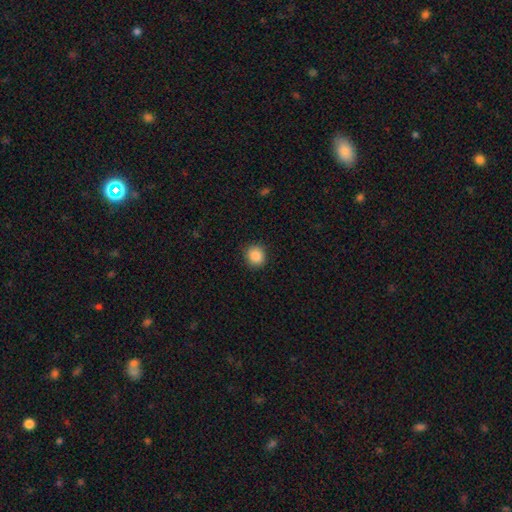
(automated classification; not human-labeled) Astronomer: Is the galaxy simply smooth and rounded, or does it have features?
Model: smooth — 88%.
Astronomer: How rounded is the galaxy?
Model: round — 88%.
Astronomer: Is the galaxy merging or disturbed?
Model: none — 89%.